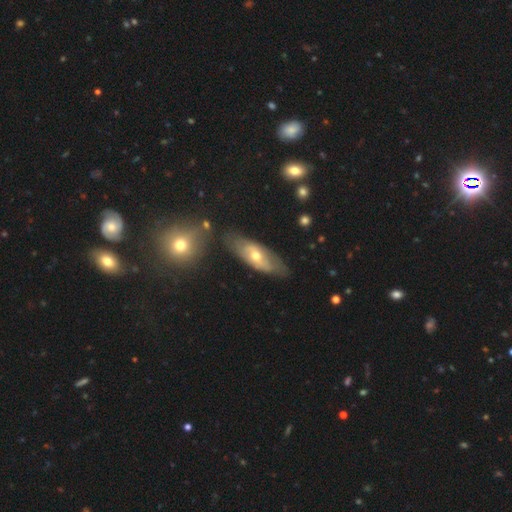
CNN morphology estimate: smooth_or_featured: featured or disk (p=0.59) [alt: smooth p=0.35]
disk_edge_on: no (p=0.77) [alt: yes p=0.23]
merging: none (p=0.75) [alt: minor disturbance p=0.17]